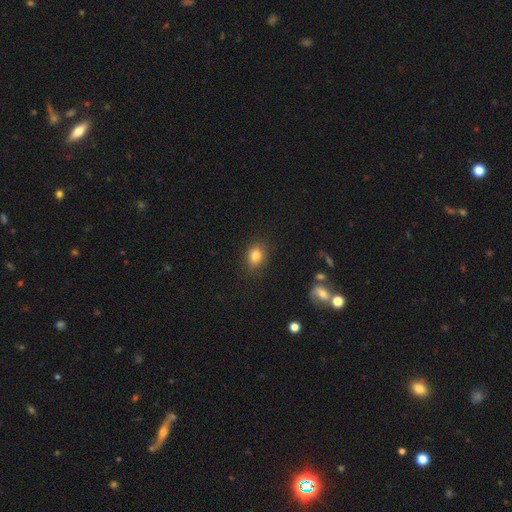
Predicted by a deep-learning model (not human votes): Q: Smooth or featured?
A: smooth (81%); runner-up: star or artifact (11%)
Q: How rounded?
A: in between (60%); runner-up: round (39%)
Q: Merging?
A: none (87%); runner-up: minor disturbance (9%)